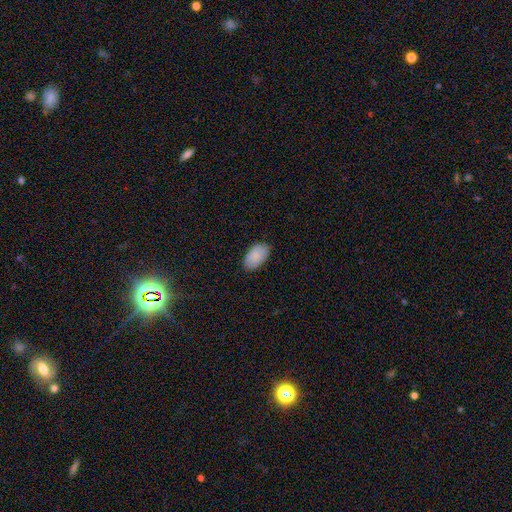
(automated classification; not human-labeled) smooth-or-featured: smooth: 89% | star or artifact: 6% | featured or disk: 5%
  how-rounded: in between: 95% | round: 4% | cigar-shaped: 1%
  merging: none: 86% | minor disturbance: 11% | major disturbance: 2% | merger: 1%